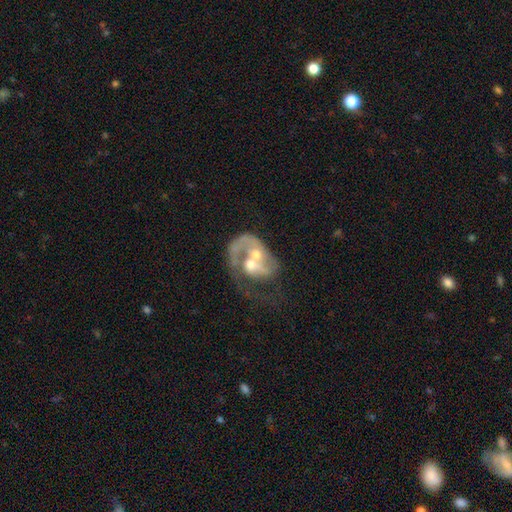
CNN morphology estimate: Q: Smooth or featured?
A: featured or disk (79%); runner-up: smooth (14%)
Q: Edge-on disk?
A: no (98%); runner-up: yes (2%)
Q: Bar?
A: no (68%); runner-up: weak (25%)
Q: Spiral arms?
A: yes (77%); runner-up: no (23%)
Q: Spiral winding?
A: medium (40%); runner-up: loose (37%)
Q: Spiral arm count?
A: 1 (53%); runner-up: 2 (28%)
Q: Bulge size?
A: moderate (61%); runner-up: small (27%)
Q: Merging?
A: merger (61%); runner-up: major disturbance (18%)